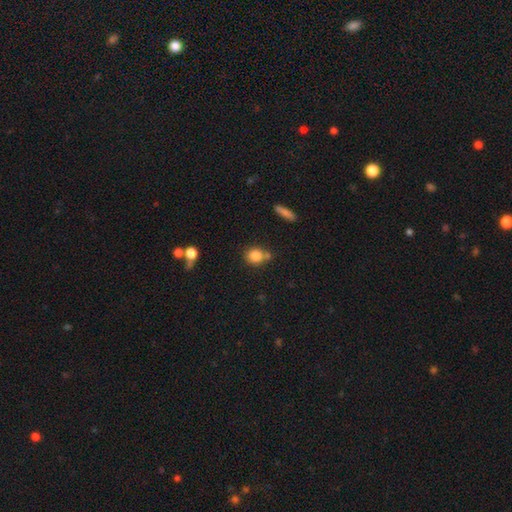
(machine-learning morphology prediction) A smooth galaxy with no disk features (82%) that is round (78%). Merging: none (60%).